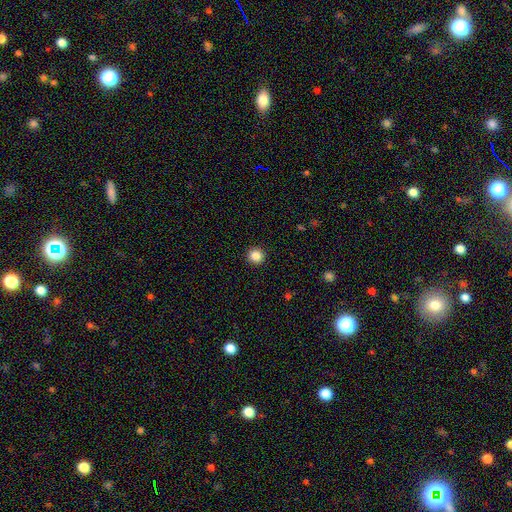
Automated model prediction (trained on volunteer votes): The model was most divided on "smooth or featured": smooth: 86%, star or artifact: 10%, featured or disk: 4%. More confident: how rounded — round (93%); merging — none (93%).